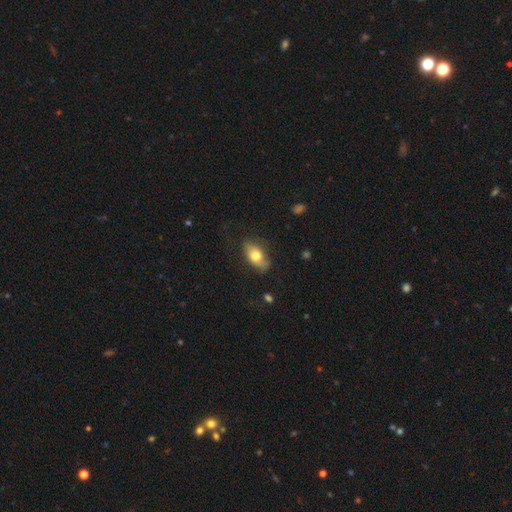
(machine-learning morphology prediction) The model was most divided on "smooth or featured": smooth: 69%, featured or disk: 24%, star or artifact: 7%. More confident: how rounded — in between (88%); merging — none (69%).